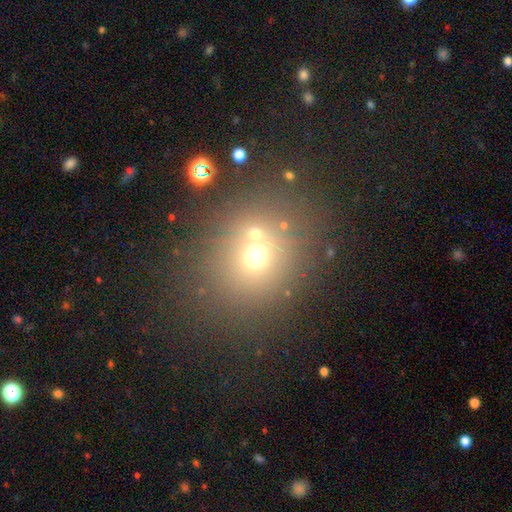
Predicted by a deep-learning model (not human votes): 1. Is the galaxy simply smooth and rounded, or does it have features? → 61% smooth, 25% star or artifact, 14% featured or disk.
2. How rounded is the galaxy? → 72% round, 27% in between, 1% cigar-shaped.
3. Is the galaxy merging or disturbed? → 62% none, 23% merger, 10% minor disturbance, 5% major disturbance.